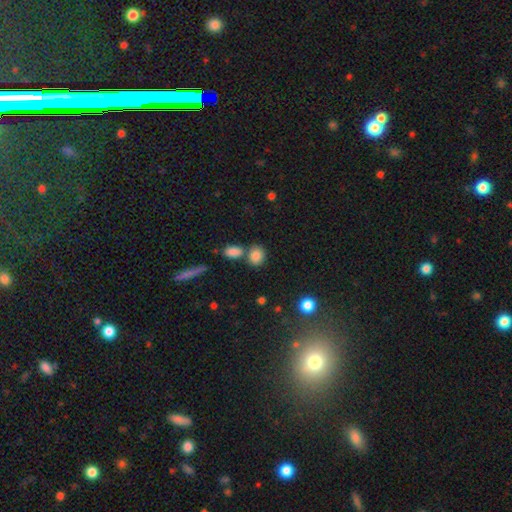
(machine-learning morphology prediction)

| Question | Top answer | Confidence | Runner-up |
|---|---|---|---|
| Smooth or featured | smooth | 84% | star or artifact (10%) |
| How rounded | round | 57% | in between (41%) |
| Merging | none | 60% | merger (26%) |